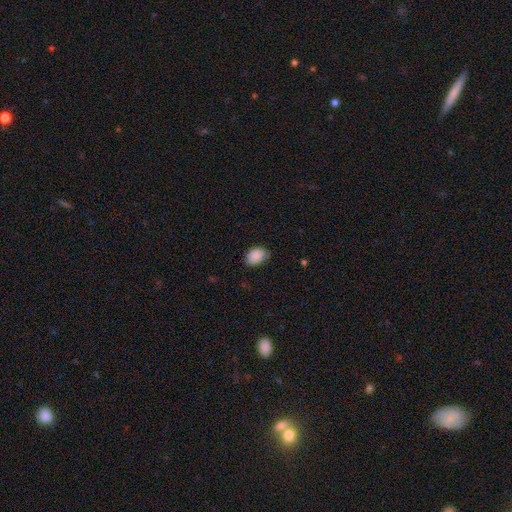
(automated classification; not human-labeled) smooth-or-featured: smooth: 88% | star or artifact: 7% | featured or disk: 4%
  how-rounded: in between: 79% | round: 20% | cigar-shaped: 1%
  merging: none: 69% | minor disturbance: 25% | major disturbance: 4% | merger: 1%